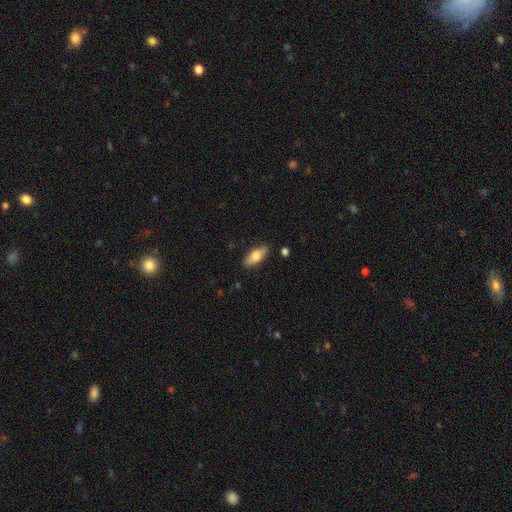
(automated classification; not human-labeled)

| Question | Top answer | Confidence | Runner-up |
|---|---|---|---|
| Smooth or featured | smooth | 76% | featured or disk (18%) |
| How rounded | in between | 79% | cigar-shaped (19%) |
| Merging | none | 83% | minor disturbance (13%) |